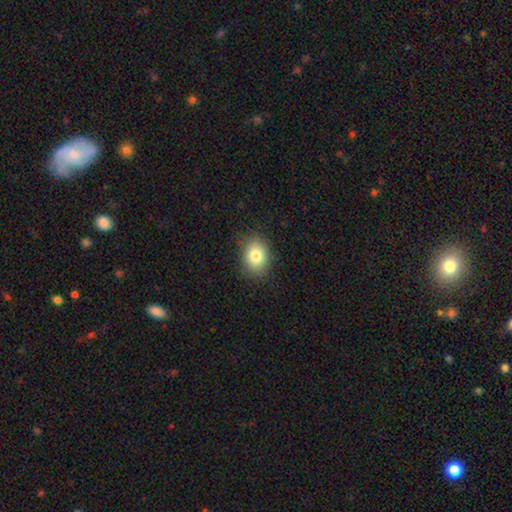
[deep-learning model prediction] This is clearly a smooth galaxy (80%). How rounded: likely in between (61%). Merging: clearly none (85%).